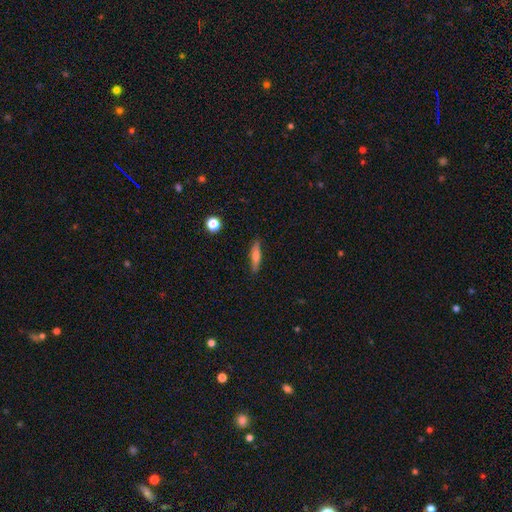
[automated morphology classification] This appears to be a smooth galaxy with no disk features (58%) that is cigar-shaped (80%). Merging: none (88%).